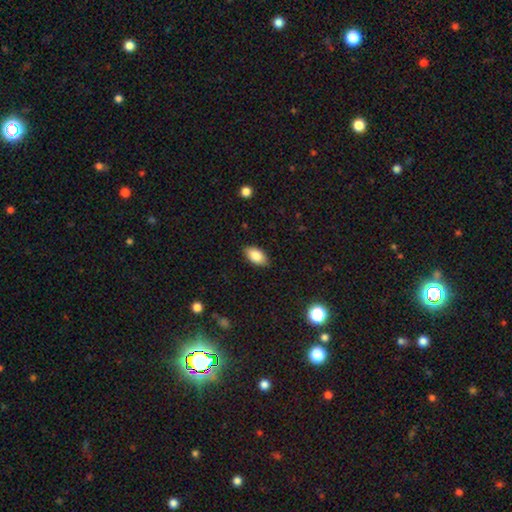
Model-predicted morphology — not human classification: This is clearly a smooth galaxy (87%). How rounded: clearly in between (94%). Merging: clearly none (87%).